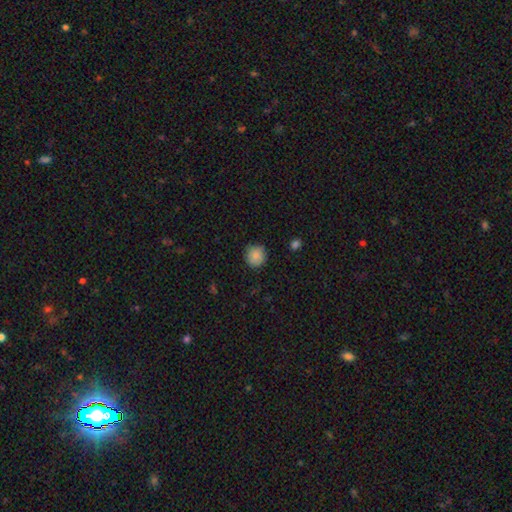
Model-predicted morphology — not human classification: Smooth or featured?
  - smooth: 87% *
  - star or artifact: 9%
  - featured or disk: 4%
How rounded?
  - round: 93% *
  - in between: 6%
  - cigar-shaped: 1%
Merging?
  - none: 87% *
  - minor disturbance: 9%
  - major disturbance: 2%
  - merger: 1%